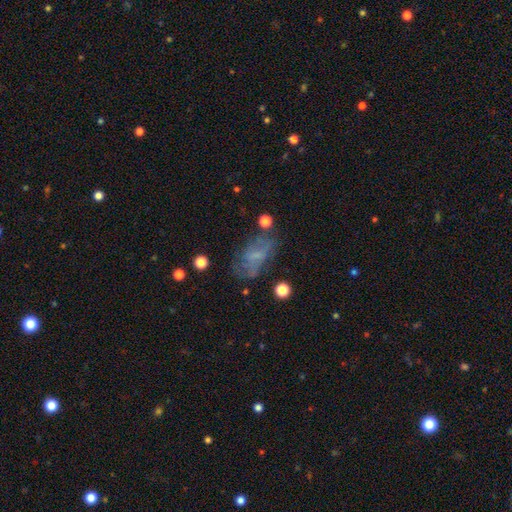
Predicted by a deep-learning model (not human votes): Smooth or featured: featured or disk — 45% (smooth — 41%)
Merging: none — 52% (minor disturbance — 24%)